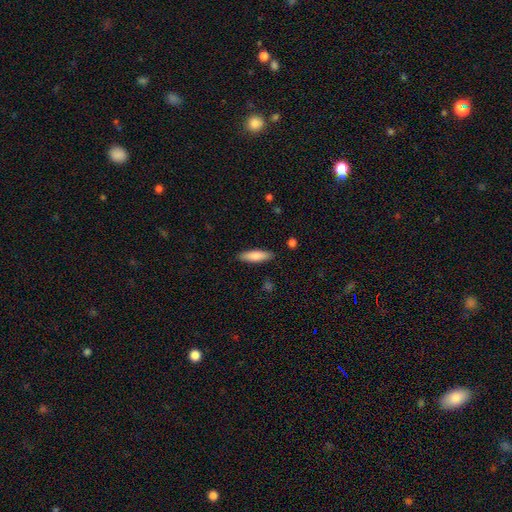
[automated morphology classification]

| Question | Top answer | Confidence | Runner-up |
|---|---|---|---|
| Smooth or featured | smooth | 81% | featured or disk (13%) |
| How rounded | cigar-shaped | 59% | in between (39%) |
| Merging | none | 88% | minor disturbance (8%) |